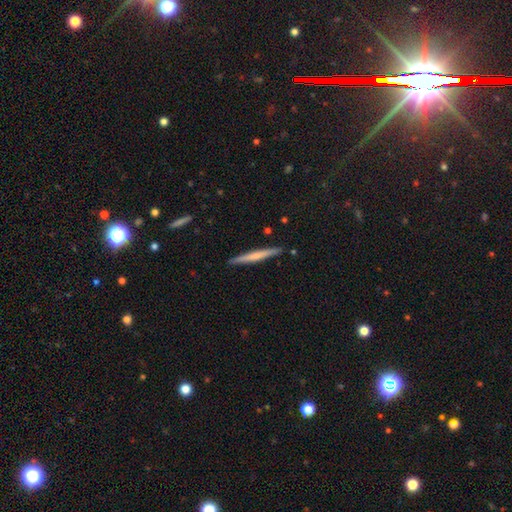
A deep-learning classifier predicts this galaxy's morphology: A smooth galaxy with no disk features (49%).

Vote fractions:
- Smooth or featured? smooth: 49% / featured or disk: 45% / star or artifact: 5%
- Merging? none: 91% / minor disturbance: 6% / merger: 1% / major disturbance: 1%